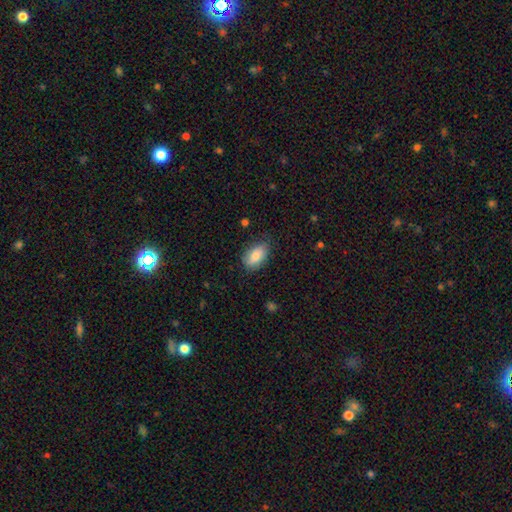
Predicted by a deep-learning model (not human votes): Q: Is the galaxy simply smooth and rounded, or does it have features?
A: smooth — 84%.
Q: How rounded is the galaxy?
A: in between — 91%.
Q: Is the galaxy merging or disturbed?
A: none — 75%.